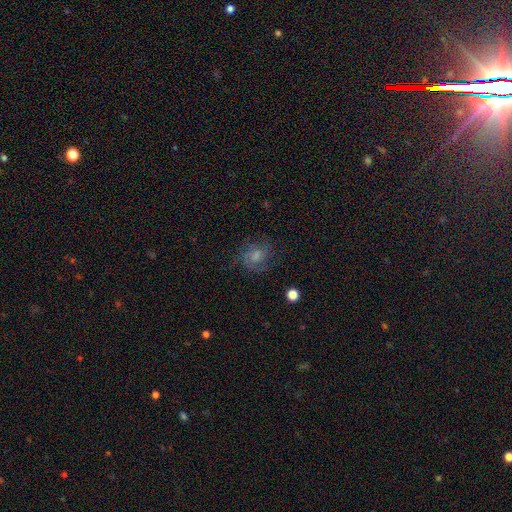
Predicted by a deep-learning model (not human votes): smooth-or-featured: featured or disk: 48% | smooth: 31% | star or artifact: 21%
  merging: none: 75% | minor disturbance: 15% | major disturbance: 9% | merger: 1%